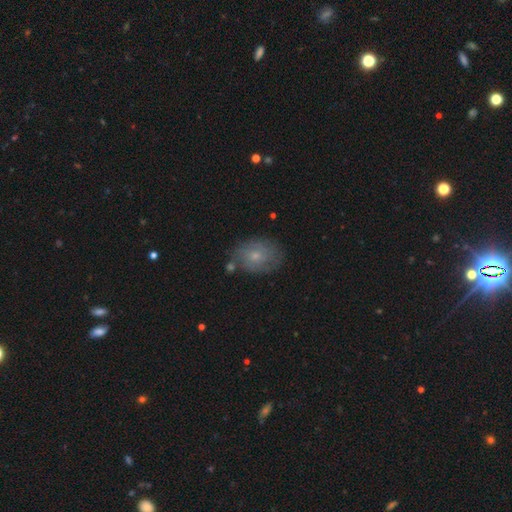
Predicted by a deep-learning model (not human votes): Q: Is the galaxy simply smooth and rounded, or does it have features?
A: smooth — 54%.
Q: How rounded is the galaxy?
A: in between — 67%.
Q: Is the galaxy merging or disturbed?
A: none — 70%.